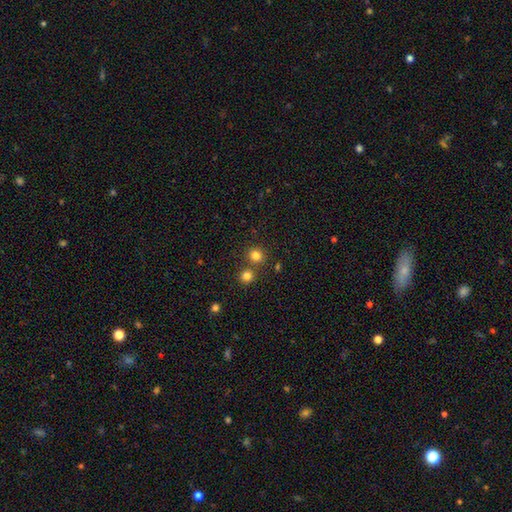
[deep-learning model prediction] This appears to be a smooth galaxy with no disk features (79%) that is round (90%). Merging: none (72%).